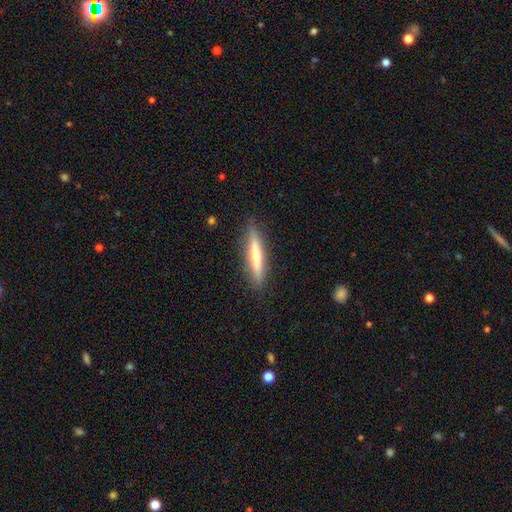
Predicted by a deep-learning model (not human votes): Smooth or featured: smooth — 52% (featured or disk — 42%)
How rounded: cigar-shaped — 91% (in between — 8%)
Merging: none — 88% (minor disturbance — 9%)